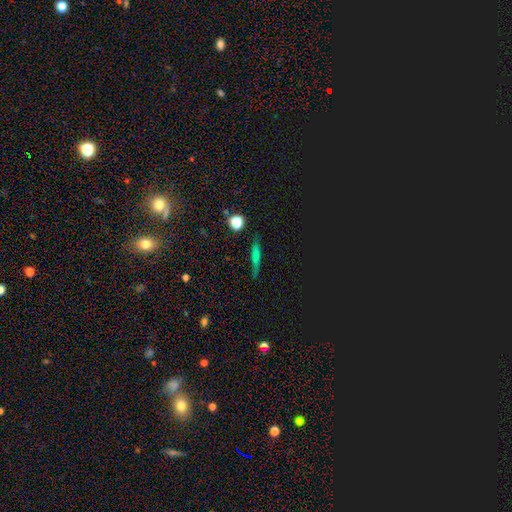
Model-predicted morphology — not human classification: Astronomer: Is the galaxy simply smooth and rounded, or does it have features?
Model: smooth — 60%.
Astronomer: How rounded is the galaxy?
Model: cigar-shaped — 84%.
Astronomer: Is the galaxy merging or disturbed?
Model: none — 78%.